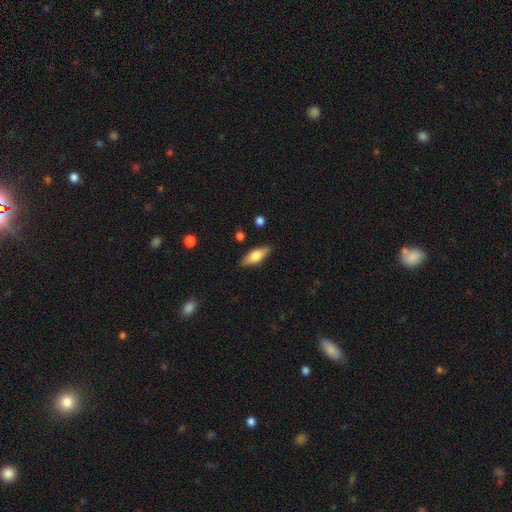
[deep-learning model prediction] smooth 69%, featured or disk 25%, star or artifact 6%. Down the decision tree: how rounded — in between (66%); merging — none (86%).